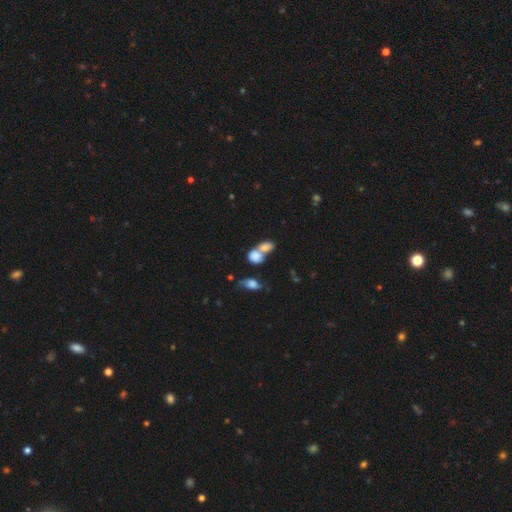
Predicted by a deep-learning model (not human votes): smooth_or_featured: smooth (p=0.75) [alt: featured or disk p=0.15]
how_rounded: in between (p=0.55) [alt: round p=0.43]
merging: merger (p=0.63) [alt: none p=0.22]